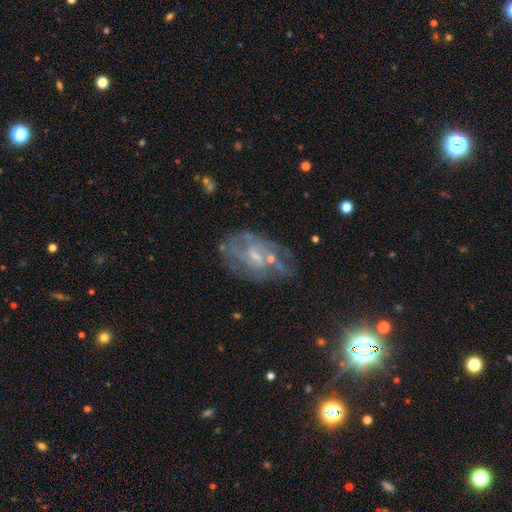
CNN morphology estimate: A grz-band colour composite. It shows a featured or disk galaxy (74%) with a weak bar (51%), medium (40%) spiral arms (72%) and a small central bulge (55%). Merging: none (51%).